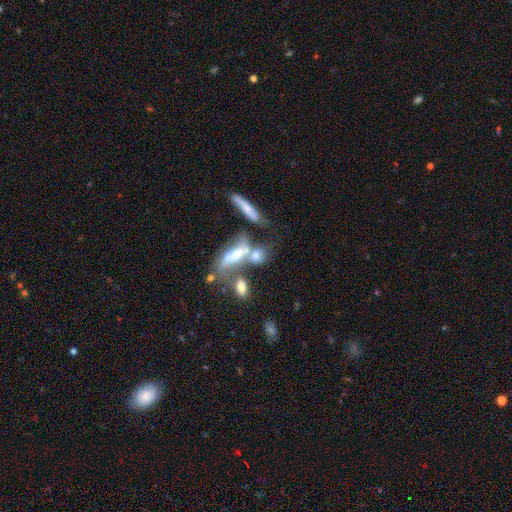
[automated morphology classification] This is possibly a smooth galaxy (50%). Merging: possibly merger (53%).